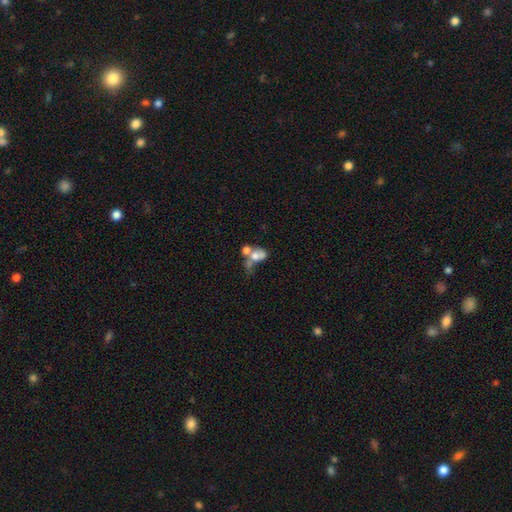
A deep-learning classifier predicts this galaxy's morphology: This appears to be a smooth galaxy with no disk features (56%) that is in between round and cigar-shaped (61%). Merging: merger (61%).